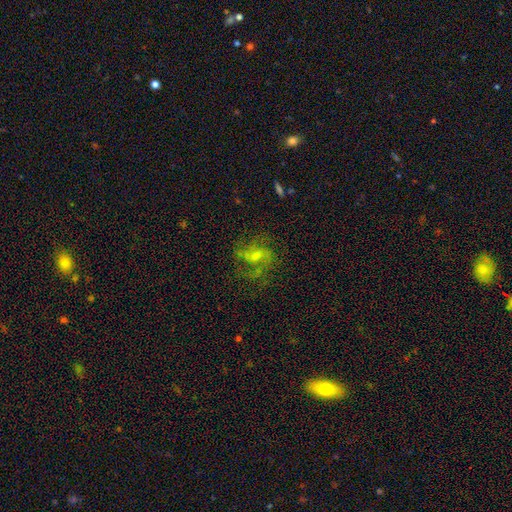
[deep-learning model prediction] smooth_or_featured: featured or disk (p=0.72) [alt: smooth p=0.16]
disk_edge_on: no (p=0.97) [alt: yes p=0.03]
bar: weak (p=0.46) [alt: no p=0.43]
has_spiral_arms: yes (p=0.87) [alt: no p=0.13]
spiral_winding: medium (p=0.47) [alt: loose p=0.37]
spiral_arm_count: 2 (p=0.39) [alt: 3 p=0.22]
bulge_size: small (p=0.48) [alt: moderate p=0.36]
merging: none (p=0.59) [alt: major disturbance p=0.21]